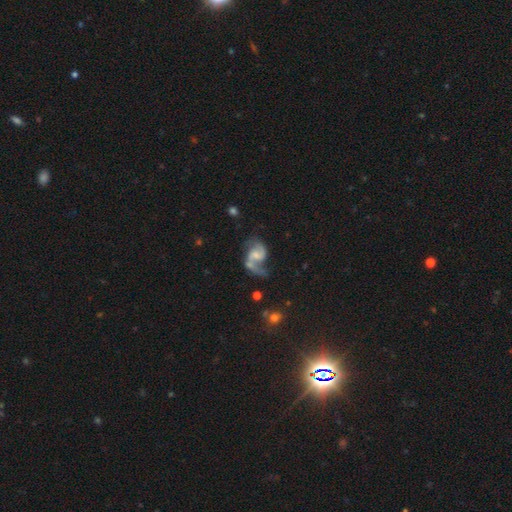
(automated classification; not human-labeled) smooth-or-featured: featured or disk: 84% | smooth: 10% | star or artifact: 6%
  disk-edge-on: no: 98% | yes: 2%
    bar: weak: 45% | no: 44% | strong: 11%
    has-spiral-arms: yes: 95% | no: 5%
      spiral-winding: loose: 51% | medium: 41% | tight: 8%
      spiral-arm-count: 2: 80% | 1: 15% | can't tell: 3% | 3: 1% | 4: 1% | more than 4: 1%
    bulge-size: small: 41% | moderate: 28% | none: 24% | large: 5% | dominant: 2%
  merging: none: 45% | major disturbance: 23% | minor disturbance: 20% | merger: 11%